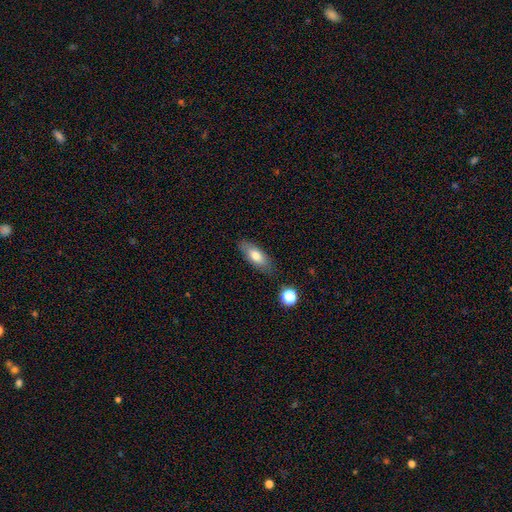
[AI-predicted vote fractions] Overall: smooth (73%). How rounded: in between (73%). Merging: none (81%).